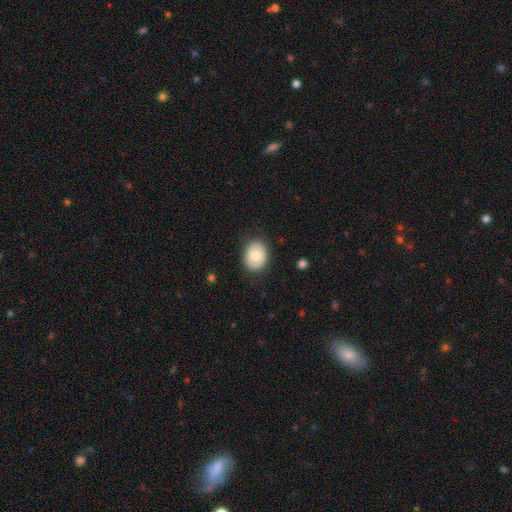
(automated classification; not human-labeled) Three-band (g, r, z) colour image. It shows a smooth galaxy with no disk features (74%) that is in between round and cigar-shaped (64%). Merging: none (84%).